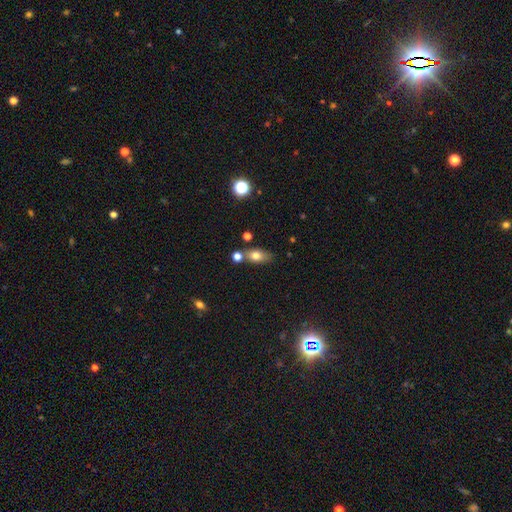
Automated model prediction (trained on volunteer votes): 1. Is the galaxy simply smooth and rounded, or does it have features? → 72% smooth, 17% featured or disk, 11% star or artifact.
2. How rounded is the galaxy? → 78% in between, 13% round, 9% cigar-shaped.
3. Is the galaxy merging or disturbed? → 67% none, 14% merger, 14% minor disturbance, 4% major disturbance.